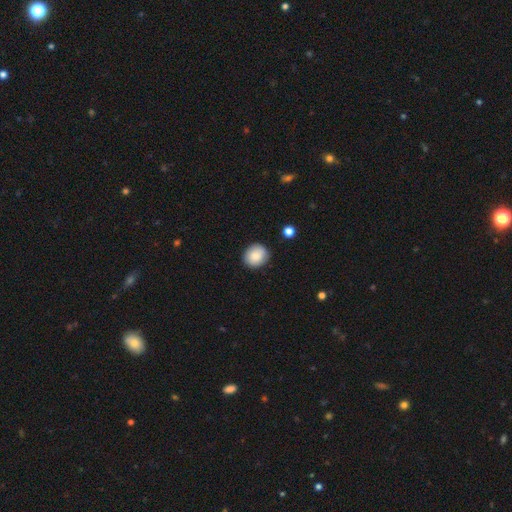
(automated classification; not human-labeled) This appears to be a smooth galaxy with no disk features (85%) that is round (79%). Merging: none (87%).